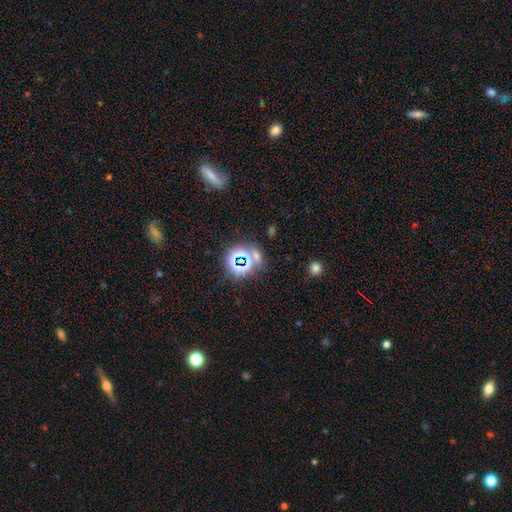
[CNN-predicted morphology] A star or artifact, not a galaxy (63%).